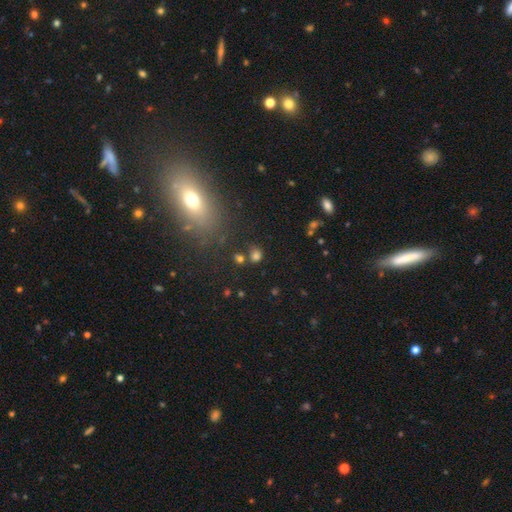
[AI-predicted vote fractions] This is likely a smooth galaxy (73%). How rounded: likely round (74%). Merging: likely none (71%).